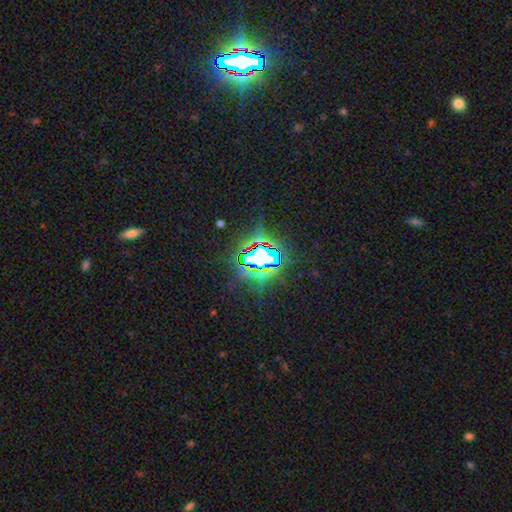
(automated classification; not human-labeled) Smooth or featured: star or artifact — 80% (featured or disk — 10%)